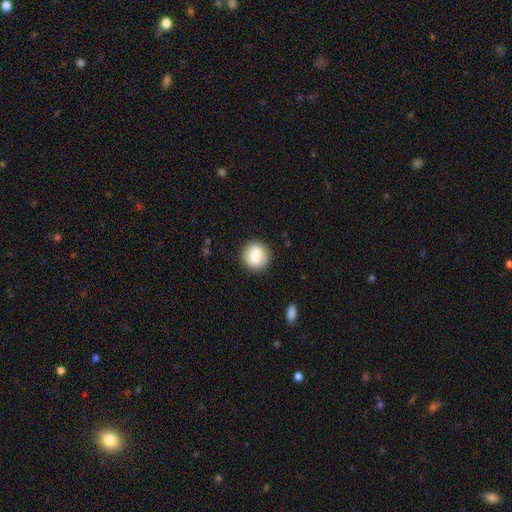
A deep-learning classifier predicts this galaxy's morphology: Smooth or featured? smooth (78%)
How rounded? round (85%)
Merging? none (88%)